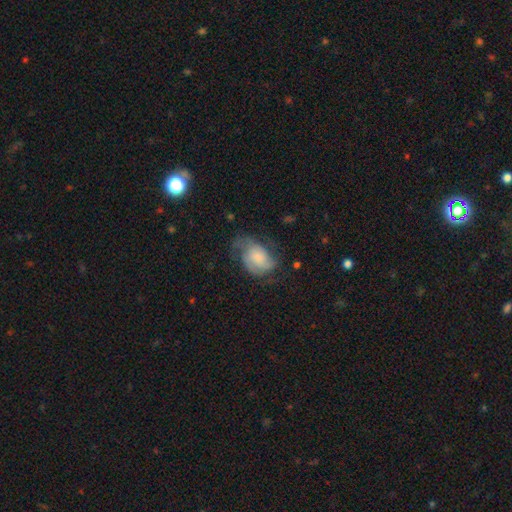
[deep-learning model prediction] Smooth or featured: featured or disk — 59% (smooth — 32%)
Edge-on disk: no — 97% (yes — 3%)
Bar: no — 72% (weak — 24%)
Spiral arms: yes — 87% (no — 13%)
Spiral winding: medium — 45% (tight — 30%)
Spiral arm count: 2 — 46% (can't tell — 23%)
Bulge size: small — 43% (moderate — 29%)
Merging: none — 49% (minor disturbance — 27%)